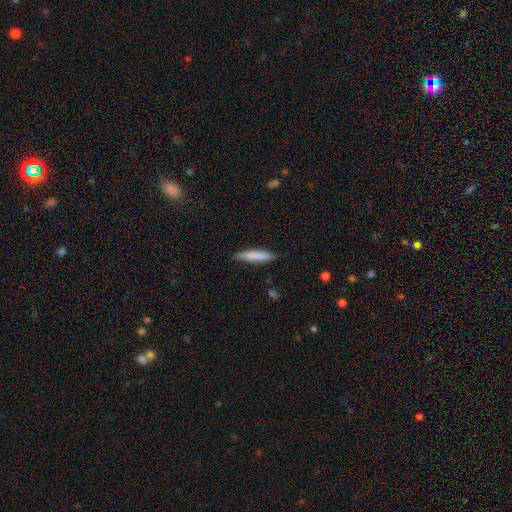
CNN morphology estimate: Smooth or featured? smooth (80%)
How rounded? cigar-shaped (88%)
Merging? none (85%)